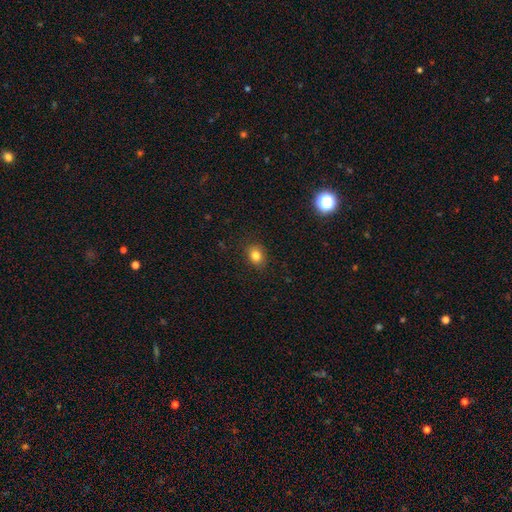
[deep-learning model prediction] A smooth galaxy with no disk features (81%) that is round (51%). Merging: none (86%).